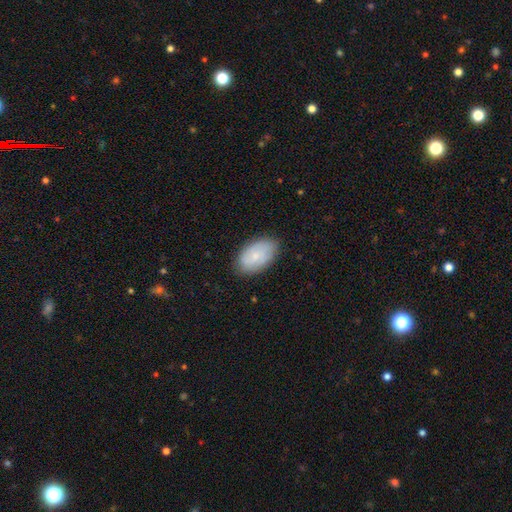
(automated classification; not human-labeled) Smooth or featured? smooth (68%)
How rounded? in between (94%)
Merging? none (81%)